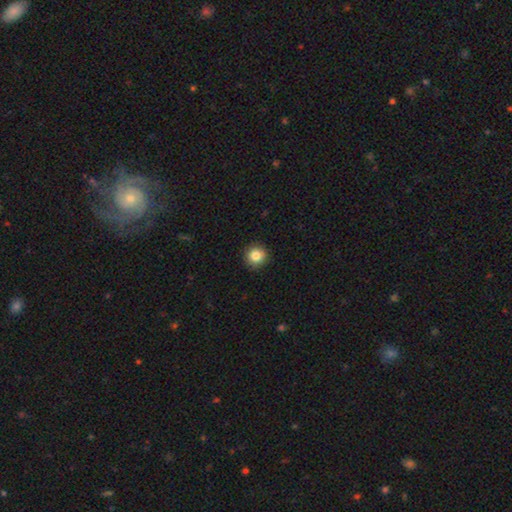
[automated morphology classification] Q: Smooth or featured?
A: smooth (85%); runner-up: star or artifact (10%)
Q: How rounded?
A: round (94%); runner-up: in between (5%)
Q: Merging?
A: none (91%); runner-up: minor disturbance (6%)